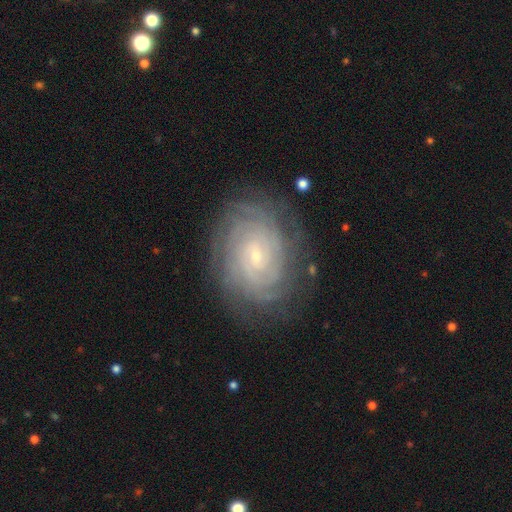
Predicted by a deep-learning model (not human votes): Overall: featured or disk (86%). Edge-on disk: no (97%). Bar: no (56%; weak 35%). Spiral arms: yes (97%). Spiral arm count: can't tell (30%; 4 22%). Spiral winding: tight (85%). Bulge size: small (82%). Merging: none (83%).